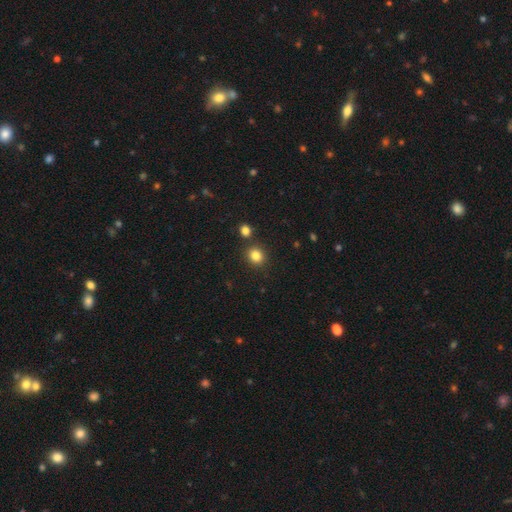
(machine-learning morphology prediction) A smooth galaxy with no disk features (83%) that is round (77%). Merging: none (82%).